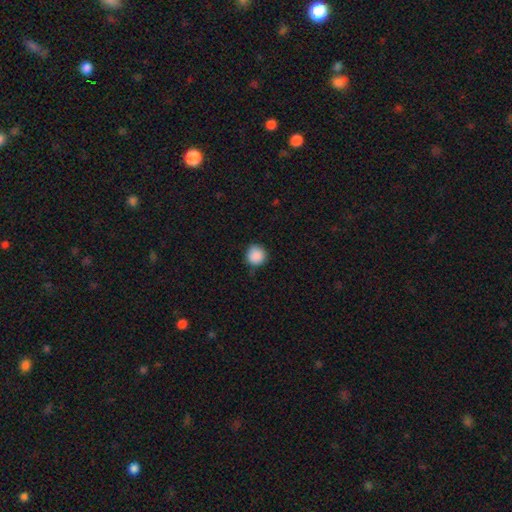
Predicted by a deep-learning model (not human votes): smooth_or_featured: smooth (p=0.89) [alt: star or artifact p=0.09]
how_rounded: round (p=0.93) [alt: in between p=0.06]
merging: none (p=0.84) [alt: minor disturbance p=0.13]